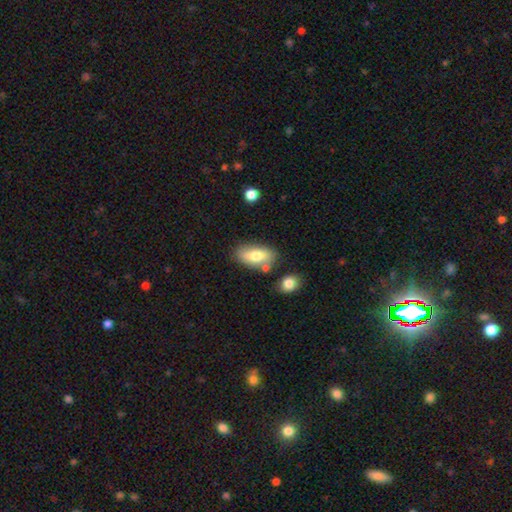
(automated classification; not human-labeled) Smooth or featured? smooth (71%)
How rounded? in between (90%)
Merging? none (71%)